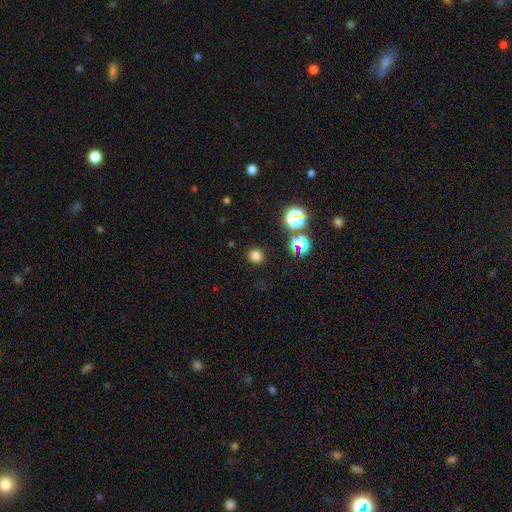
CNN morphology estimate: Smooth or featured? smooth (75%)
How rounded? round (92%)
Merging? none (90%)